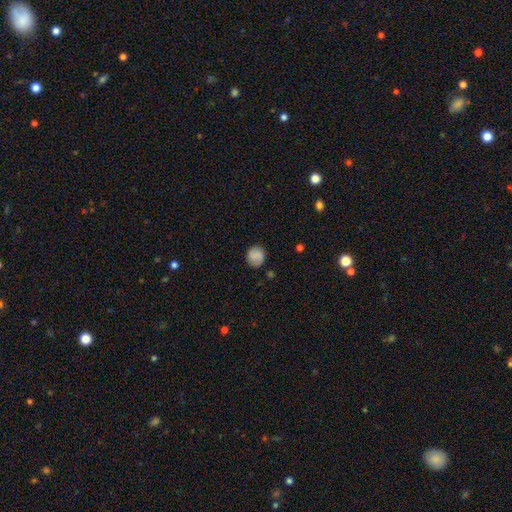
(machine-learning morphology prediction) Overall: smooth (83%). How rounded: round (86%). Merging: none (82%).